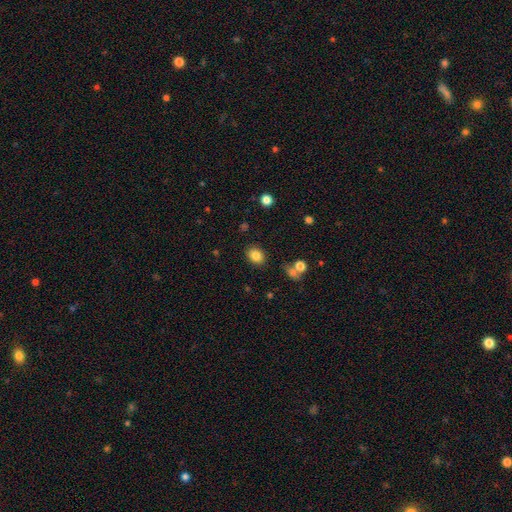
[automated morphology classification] smooth_or_featured: smooth (p=0.83) [alt: star or artifact p=0.10]
how_rounded: round (p=0.50) [alt: in between p=0.49]
merging: none (p=0.85) [alt: minor disturbance p=0.09]